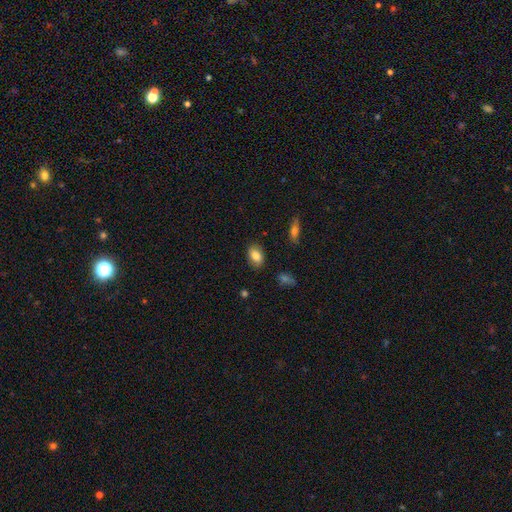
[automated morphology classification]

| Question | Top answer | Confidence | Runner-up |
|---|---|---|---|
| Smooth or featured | smooth | 83% | featured or disk (9%) |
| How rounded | in between | 85% | round (13%) |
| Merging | none | 85% | minor disturbance (11%) |